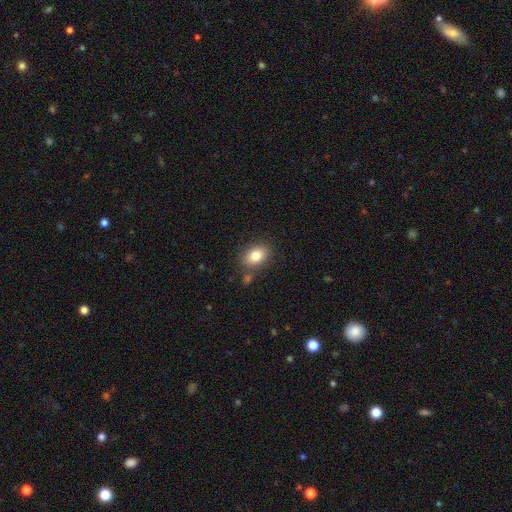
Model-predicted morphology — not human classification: Overall: smooth (81%). How rounded: in between (79%). Merging: none (77%).